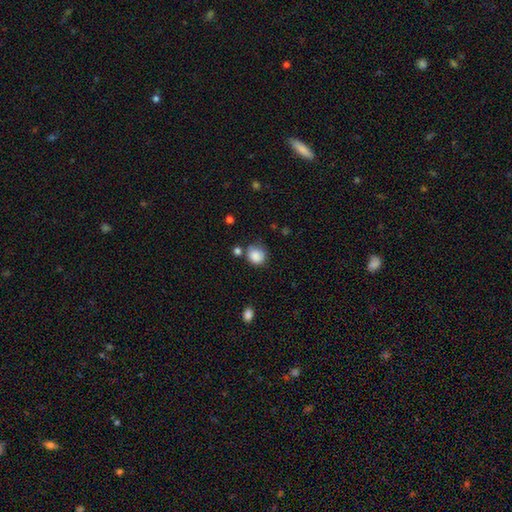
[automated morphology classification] A smooth galaxy with no disk features (86%) that is round (78%).

Vote fractions:
- Smooth or featured? smooth: 86% / star or artifact: 9% / featured or disk: 5%
- How rounded? round: 78% / in between: 21% / cigar-shaped: 1%
- Merging? none: 60% / minor disturbance: 23% / merger: 10% / major disturbance: 7%